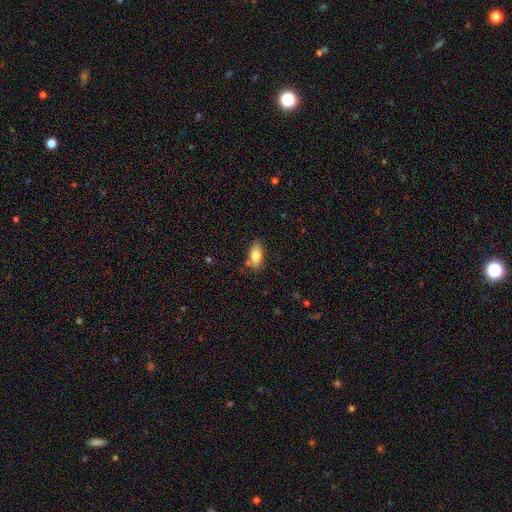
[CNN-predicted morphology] The model was most divided on "merging": none: 79%, minor disturbance: 15%, merger: 4%, major disturbance: 3%. More confident: how rounded — in between (88%); smooth or featured — smooth (79%).